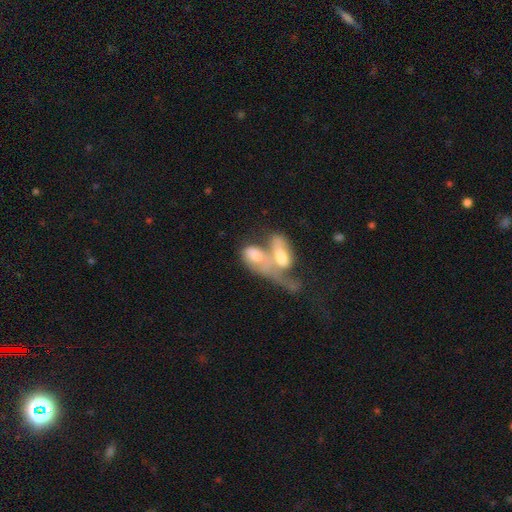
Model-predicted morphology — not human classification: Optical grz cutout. It shows a smooth galaxy with no disk features (55%) that is in between round and cigar-shaped (88%). Merging: merger (73%).